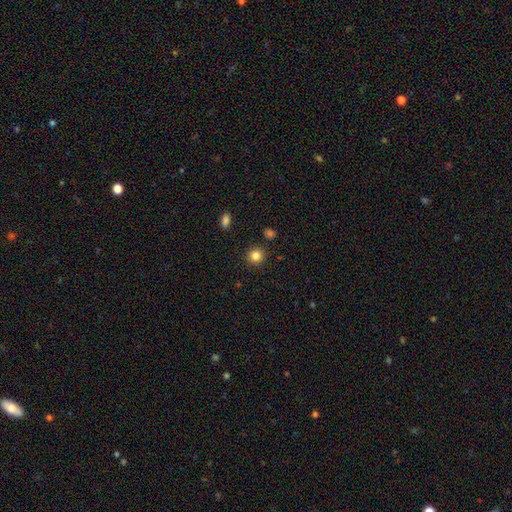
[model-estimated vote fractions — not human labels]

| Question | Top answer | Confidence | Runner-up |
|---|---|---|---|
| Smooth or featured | smooth | 84% | star or artifact (11%) |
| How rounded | round | 91% | in between (8%) |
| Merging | none | 91% | minor disturbance (6%) |